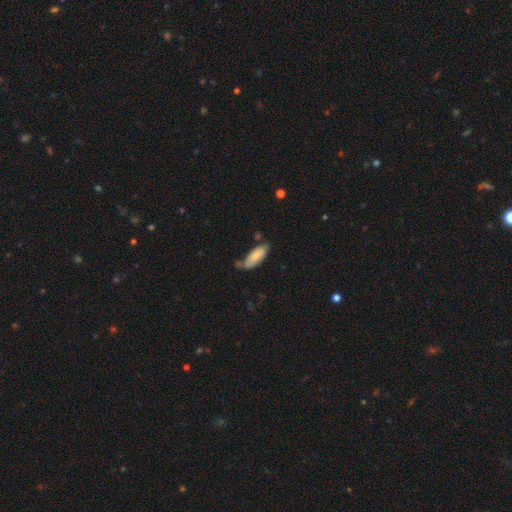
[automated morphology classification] type=smooth (75%); roundness=in between (76%); merging=none (45%).